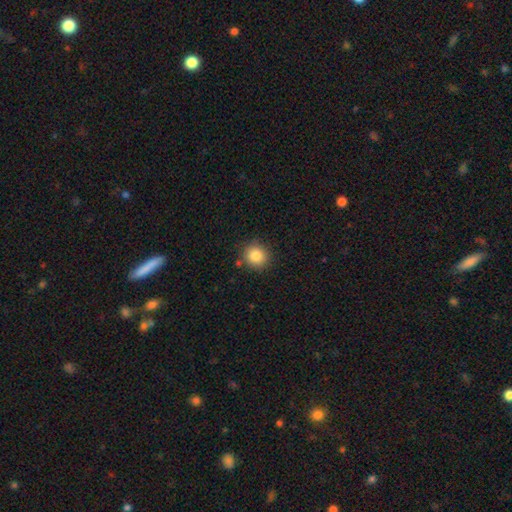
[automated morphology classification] smooth-or-featured: smooth: 85% | star or artifact: 10% | featured or disk: 5%
  how-rounded: round: 90% | in between: 9% | cigar-shaped: 1%
  merging: none: 86% | minor disturbance: 9% | merger: 3% | major disturbance: 2%